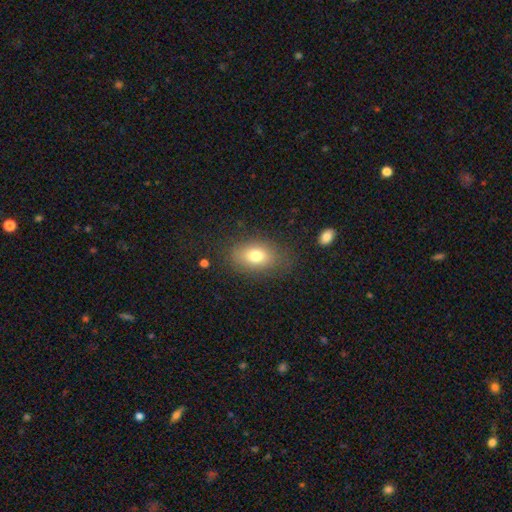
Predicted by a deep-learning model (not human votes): Q: Smooth or featured?
A: smooth (76%); runner-up: featured or disk (14%)
Q: How rounded?
A: in between (81%); runner-up: round (17%)
Q: Merging?
A: none (78%); runner-up: minor disturbance (15%)